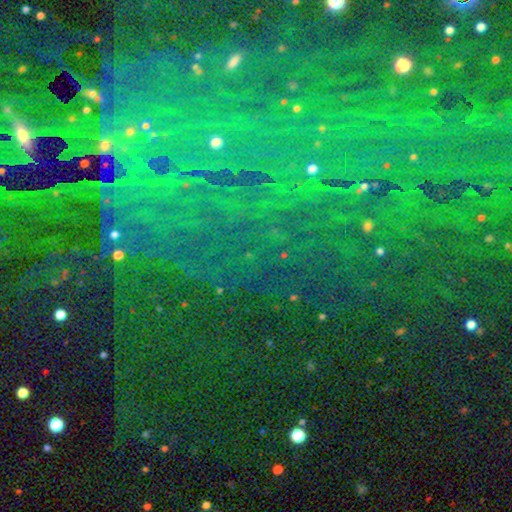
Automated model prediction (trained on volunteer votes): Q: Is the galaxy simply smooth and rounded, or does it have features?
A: star or artifact — 79%.